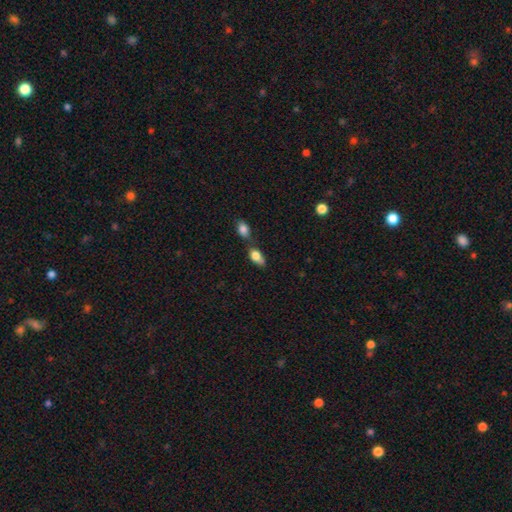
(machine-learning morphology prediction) smooth_or_featured: smooth (p=0.80) [alt: featured or disk p=0.12]
how_rounded: in between (p=0.86) [alt: round p=0.09]
merging: merger (p=0.40) [alt: none p=0.38]